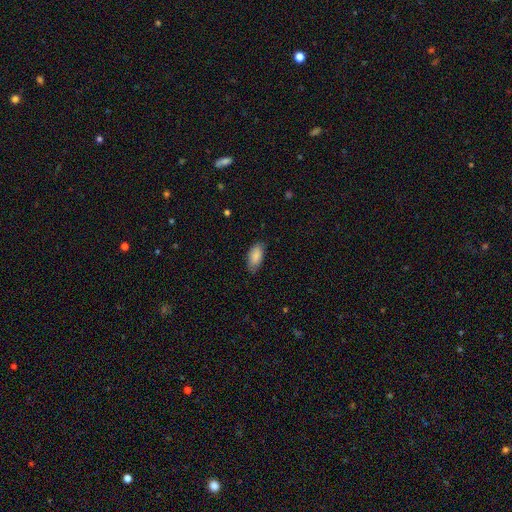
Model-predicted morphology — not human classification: This appears to be a smooth galaxy with no disk features (87%) that is in between round and cigar-shaped (91%). Merging: none (79%).